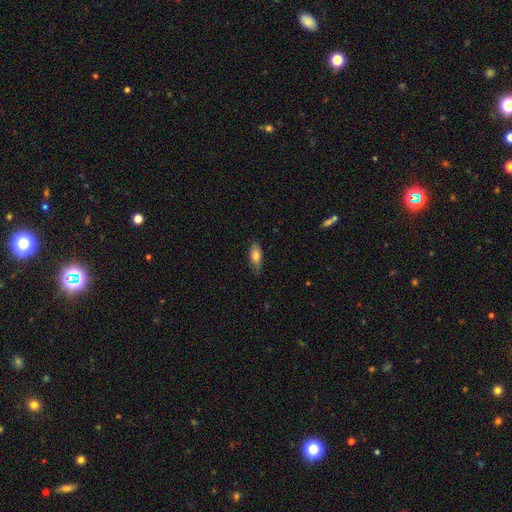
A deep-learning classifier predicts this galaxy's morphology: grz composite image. It shows a smooth galaxy with no disk features (77%) that is in between round and cigar-shaped (77%). Merging: none (76%).